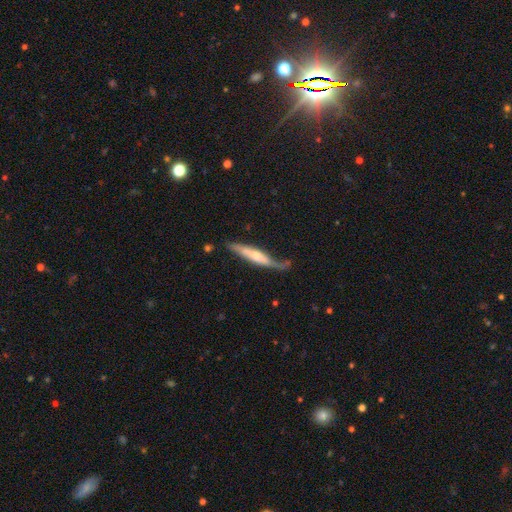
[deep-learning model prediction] smooth_or_featured: featured or disk (p=0.51) [alt: smooth p=0.44]
disk_edge_on: yes (p=0.75) [alt: no p=0.25]
merging: none (p=0.49) [alt: minor disturbance p=0.29]